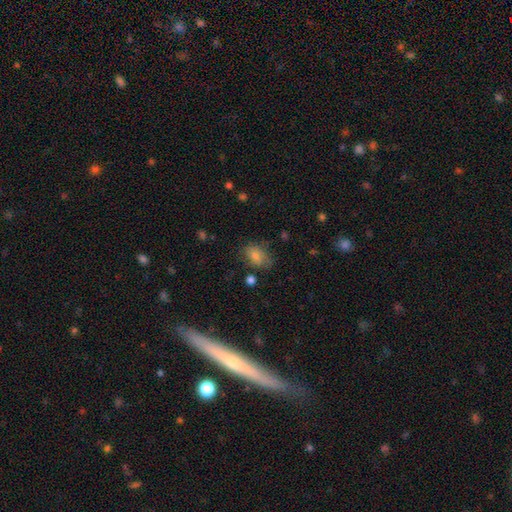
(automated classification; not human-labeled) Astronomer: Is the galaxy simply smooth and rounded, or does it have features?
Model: smooth — 79%.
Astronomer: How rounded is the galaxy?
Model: in between — 84%.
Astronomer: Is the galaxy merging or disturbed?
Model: none — 61%.